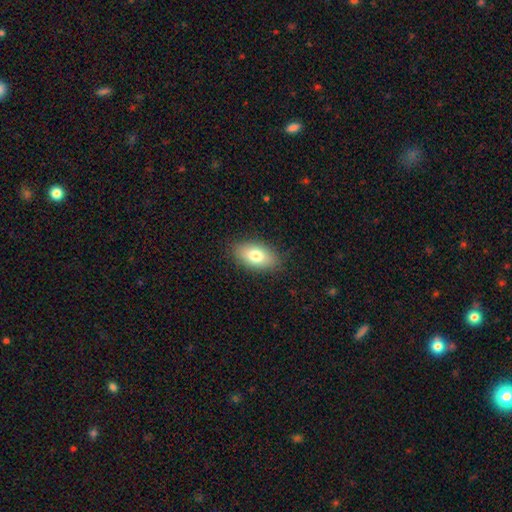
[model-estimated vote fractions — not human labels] A smooth galaxy with no disk features (77%) that is in between round and cigar-shaped (90%).

Vote fractions:
- Smooth or featured? smooth: 77% / featured or disk: 15% / star or artifact: 8%
- How rounded? in between: 90% / round: 6% / cigar-shaped: 4%
- Merging? none: 85% / minor disturbance: 11% / major disturbance: 3% / merger: 1%